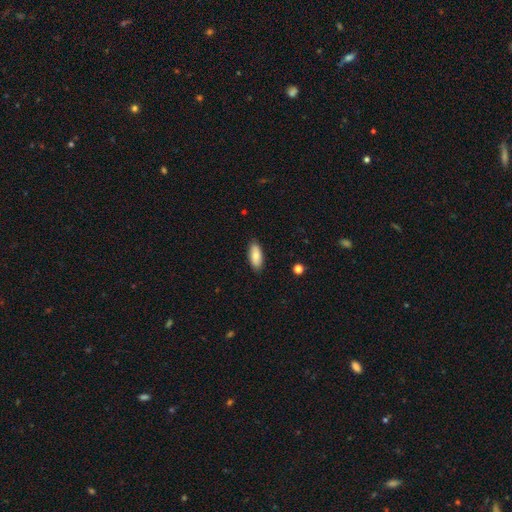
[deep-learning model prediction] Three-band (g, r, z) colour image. It shows a smooth galaxy with no disk features (82%) that is in between round and cigar-shaped (84%). Merging: none (88%).